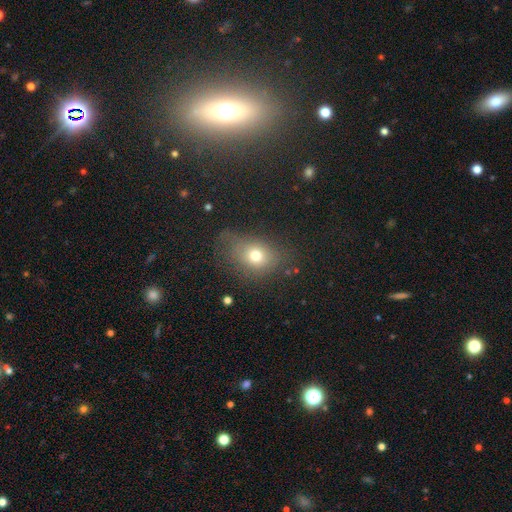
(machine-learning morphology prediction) Q: Smooth or featured?
A: smooth (70%); runner-up: star or artifact (15%)
Q: How rounded?
A: in between (50%); runner-up: round (48%)
Q: Merging?
A: none (58%); runner-up: minor disturbance (23%)